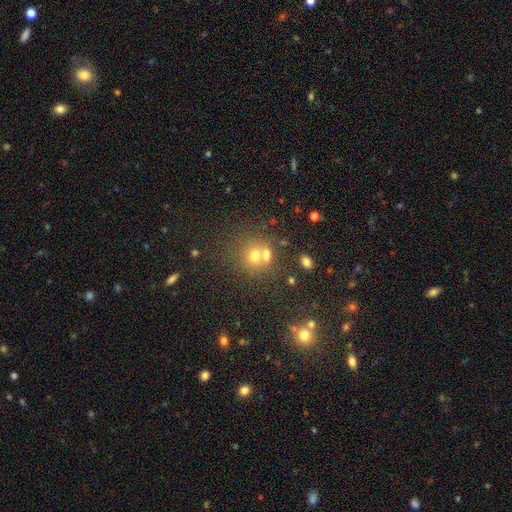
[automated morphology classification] smooth-or-featured: smooth: 62% | star or artifact: 22% | featured or disk: 15%
  how-rounded: round: 81% | in between: 18% | cigar-shaped: 1%
  merging: none: 47% | merger: 41% | minor disturbance: 8% | major disturbance: 4%